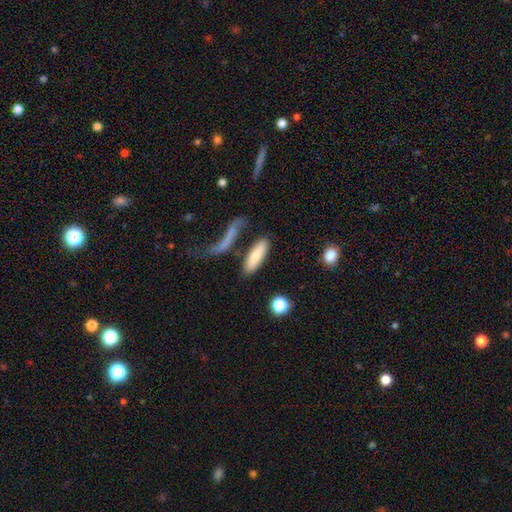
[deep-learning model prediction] The model was most divided on "how rounded": in between: 53%, cigar-shaped: 43%, round: 3%. More confident: smooth or featured — smooth (74%); merging — none (68%).